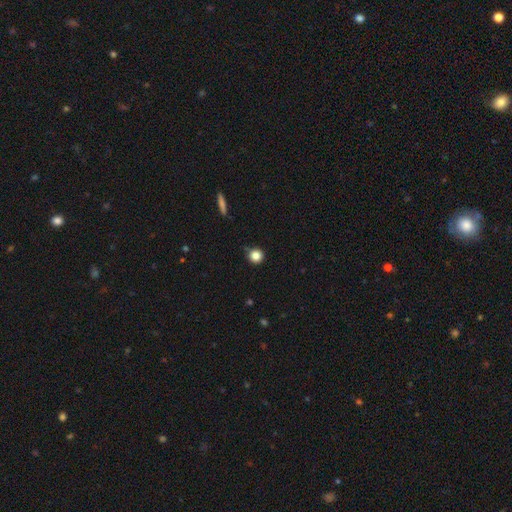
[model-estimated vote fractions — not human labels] smooth-or-featured: smooth: 83% | star or artifact: 12% | featured or disk: 5%
  how-rounded: round: 94% | in between: 5% | cigar-shaped: 1%
  merging: none: 84% | minor disturbance: 12% | merger: 2% | major disturbance: 2%